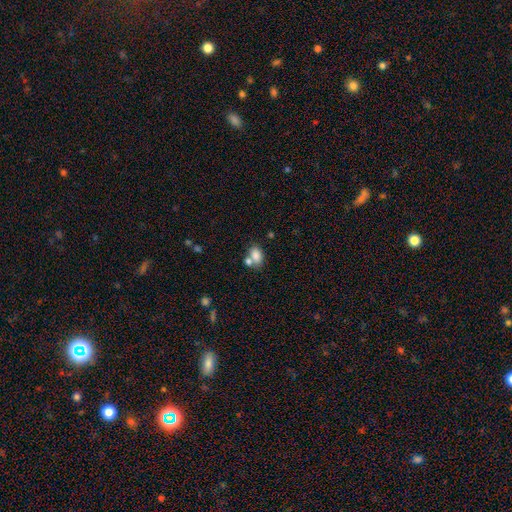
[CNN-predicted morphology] The model was most divided on "merging": none: 49%, merger: 33%, minor disturbance: 13%, major disturbance: 5%. More confident: how rounded — in between (84%); smooth or featured — smooth (81%).